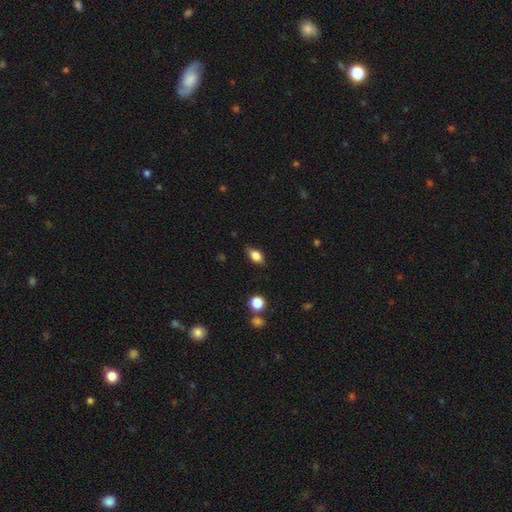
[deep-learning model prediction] Smooth or featured? Predicted: smooth (p=0.76). How rounded? Predicted: in between (p=0.83). Merging? Predicted: none (p=0.80).